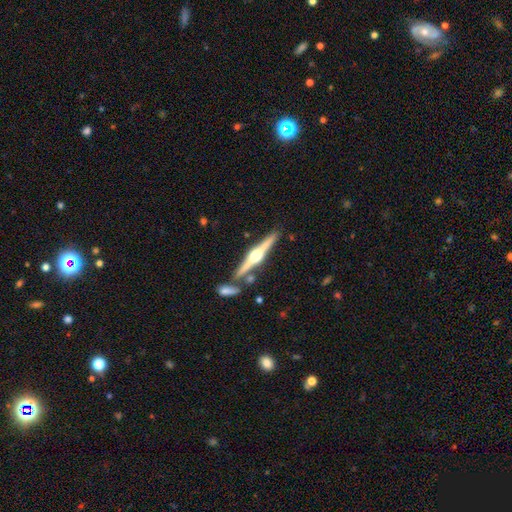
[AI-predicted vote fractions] smooth_or_featured: featured or disk (p=0.82) [alt: smooth p=0.13]
disk_edge_on: yes (p=0.98) [alt: no p=0.02]
edge_on_bulge: rounded (p=0.96) [alt: boxy p=0.03]
merging: none (p=0.80) [alt: merger p=0.09]